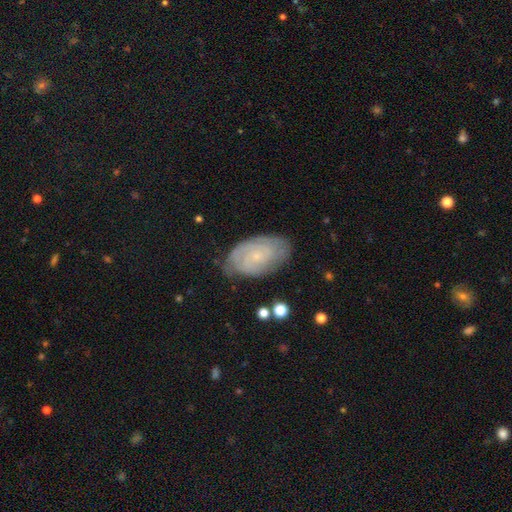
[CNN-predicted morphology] A featured or disk galaxy (67%) with no bar (74%), tight (69%) spiral arms (88%) and a small central bulge (80%). Merging: none (73%).